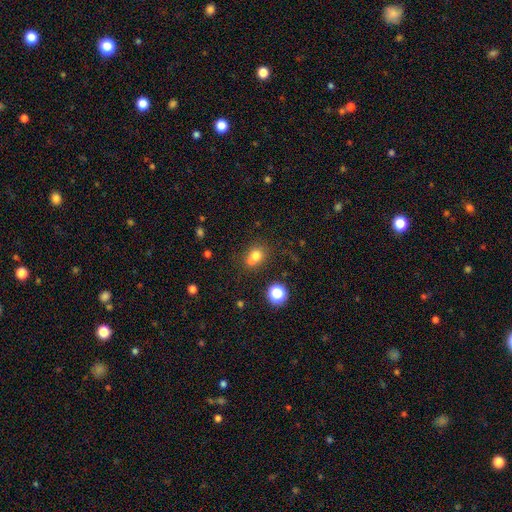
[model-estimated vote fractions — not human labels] smooth_or_featured: smooth (p=0.71) [alt: star or artifact p=0.17]
how_rounded: round (p=0.78) [alt: in between p=0.21]
merging: none (p=0.45) [alt: merger p=0.43]